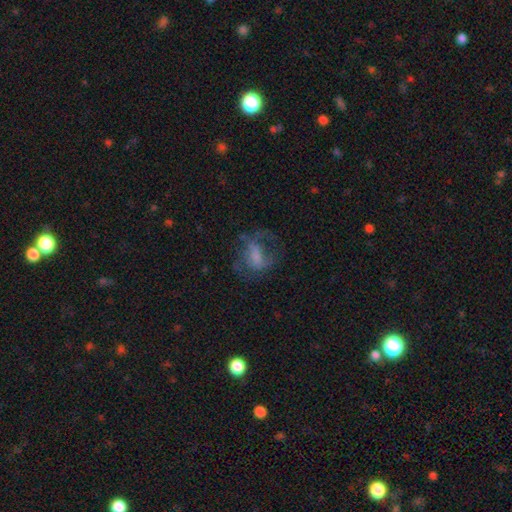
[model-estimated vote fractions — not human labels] This appears to be a featured or disk galaxy (47%). Merging: major disturbance (40%).